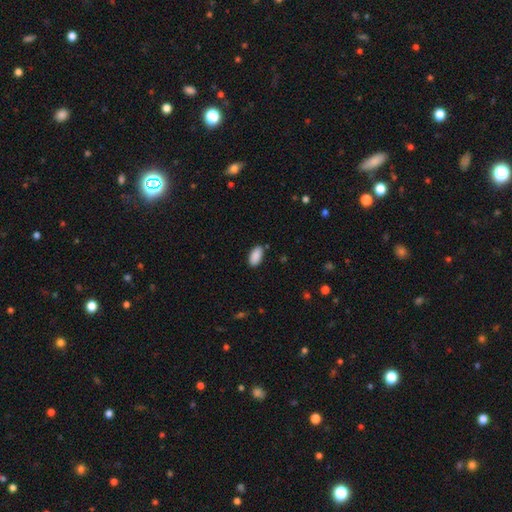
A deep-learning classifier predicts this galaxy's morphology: Overall: smooth (90%). How rounded: in between (93%). Merging: none (86%).